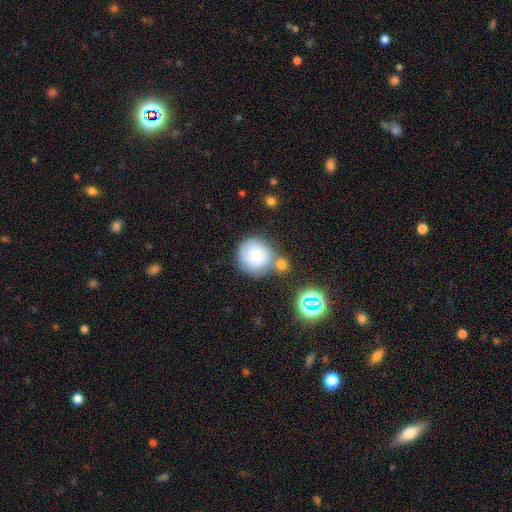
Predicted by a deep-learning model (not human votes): This is likely a smooth galaxy (78%). How rounded: clearly round (91%). Merging: possibly none (53%).